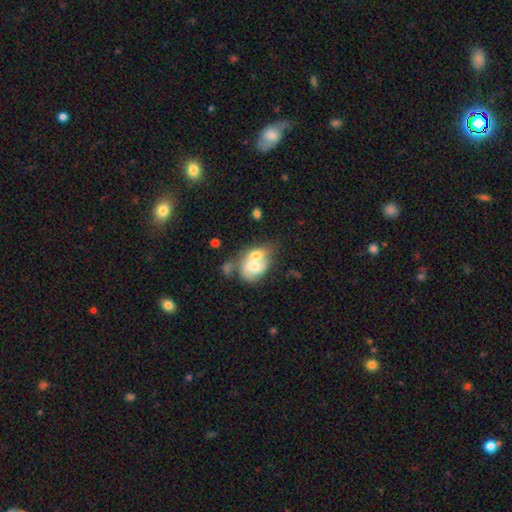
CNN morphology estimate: smooth 54%, featured or disk 39%, star or artifact 7%. Down the decision tree: how rounded — in between (61%); merging — merger (73%).